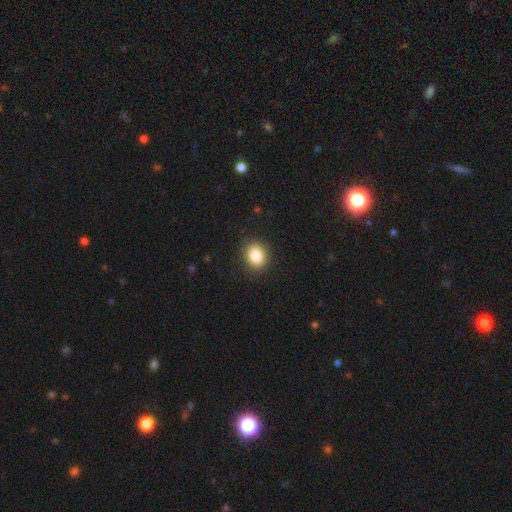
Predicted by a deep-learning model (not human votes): smooth-or-featured: smooth: 85% | star or artifact: 9% | featured or disk: 6%
  how-rounded: round: 57% | in between: 42% | cigar-shaped: 1%
  merging: none: 88% | minor disturbance: 8% | major disturbance: 3% | merger: 1%